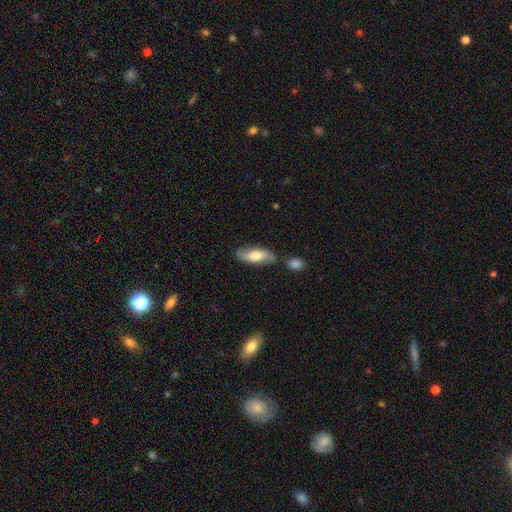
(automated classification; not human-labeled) Q: Smooth or featured?
A: smooth (61%); runner-up: featured or disk (34%)
Q: How rounded?
A: in between (70%); runner-up: cigar-shaped (28%)
Q: Merging?
A: none (71%); runner-up: minor disturbance (15%)